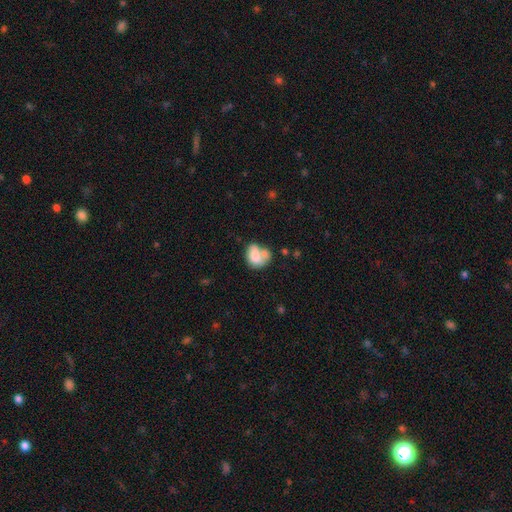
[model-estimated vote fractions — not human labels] Smooth or featured?
  - smooth: 71% *
  - featured or disk: 21%
  - star or artifact: 8%
How rounded?
  - in between: 62% *
  - round: 37%
  - cigar-shaped: 1%
Merging?
  - merger: 46% *
  - none: 25%
  - minor disturbance: 16%
  - major disturbance: 12%